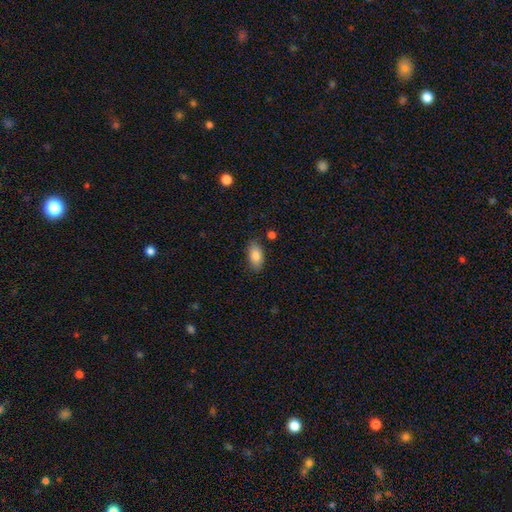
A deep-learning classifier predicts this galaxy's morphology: Q: Smooth or featured?
A: smooth (85%); runner-up: featured or disk (8%)
Q: How rounded?
A: in between (92%); runner-up: round (4%)
Q: Merging?
A: none (83%); runner-up: minor disturbance (12%)